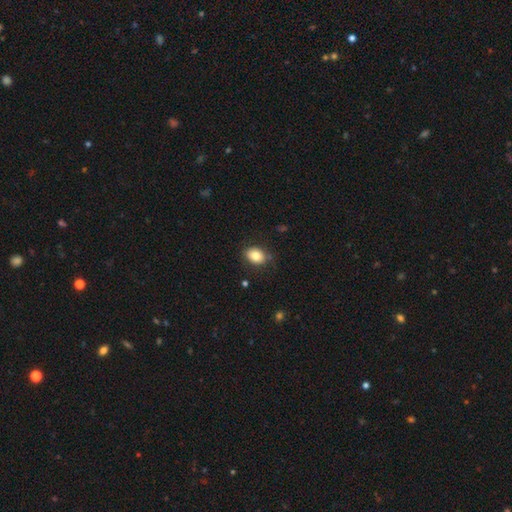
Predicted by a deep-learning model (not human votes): smooth 80%, featured or disk 11%, star or artifact 9%. Down the decision tree: how rounded — in between (70%); merging — none (81%).